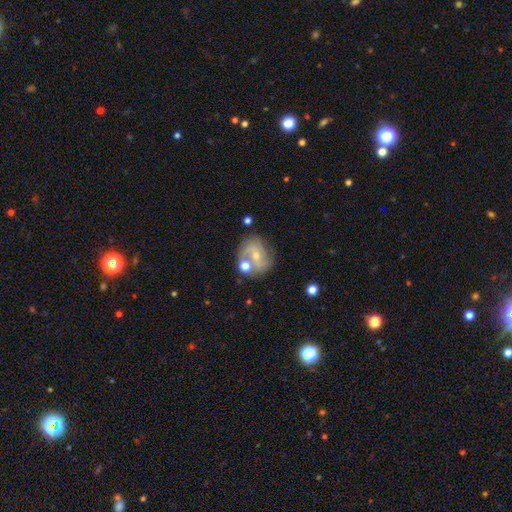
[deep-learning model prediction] Smooth or featured? Predicted: featured or disk (p=0.67). Edge-on disk? Predicted: no (p=0.97). Bar? Predicted: no (p=0.52). Spiral arms? Predicted: yes (p=0.85). Spiral winding? Predicted: medium (p=0.46). Spiral arm count? Predicted: 2 (p=0.79). Bulge size? Predicted: small (p=0.62). Merging? Predicted: none (p=0.59).